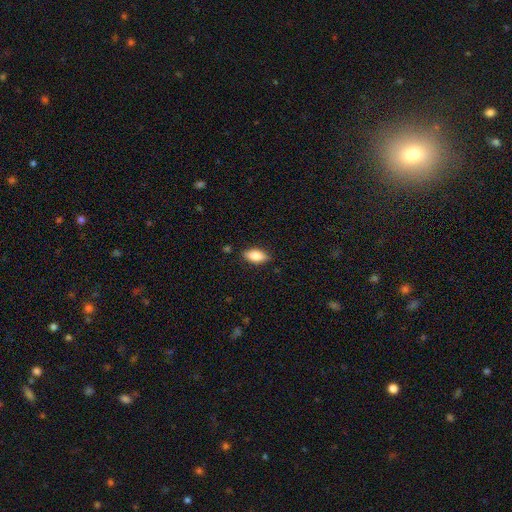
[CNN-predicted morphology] This is clearly a smooth galaxy (82%). How rounded: clearly in between (87%). Merging: clearly none (85%).